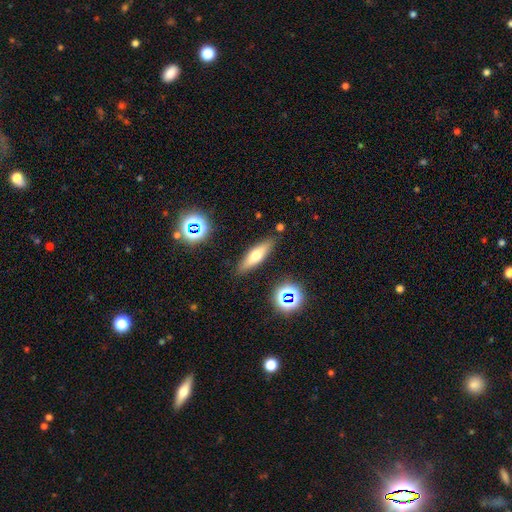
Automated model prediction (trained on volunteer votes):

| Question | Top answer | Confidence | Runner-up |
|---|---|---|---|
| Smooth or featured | smooth | 57% | featured or disk (33%) |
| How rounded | cigar-shaped | 59% | in between (37%) |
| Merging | none | 87% | minor disturbance (9%) |